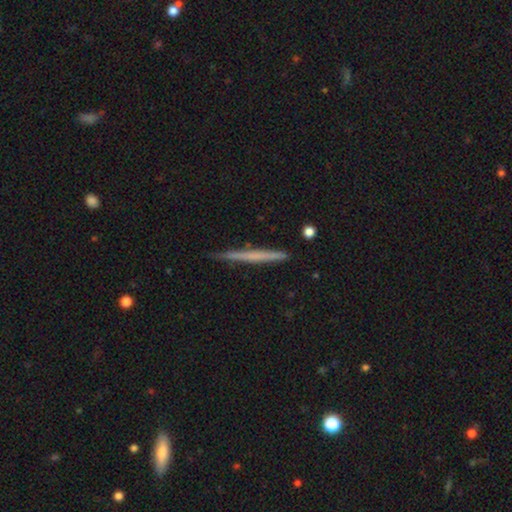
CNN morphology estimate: Overall: smooth (47%, tied with featured or disk). Merging: none (90%).